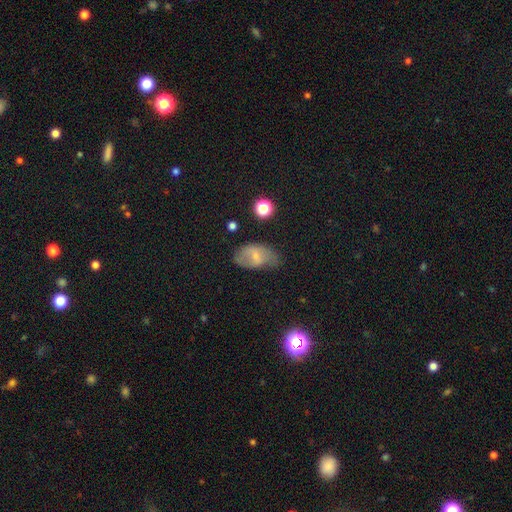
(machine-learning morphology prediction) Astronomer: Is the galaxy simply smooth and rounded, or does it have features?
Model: smooth — 59%.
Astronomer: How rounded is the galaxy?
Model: in between — 89%.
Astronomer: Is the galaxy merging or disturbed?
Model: none — 51% (runner-up: minor disturbance, 32%).